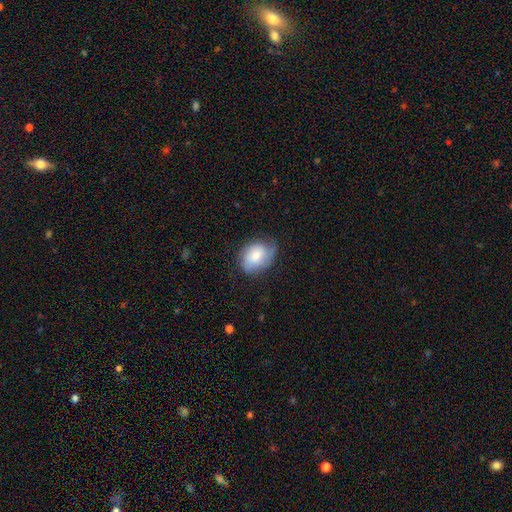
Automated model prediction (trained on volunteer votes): Smooth or featured? Predicted: smooth (p=0.63). How rounded? Predicted: in between (p=0.71). Merging? Predicted: none (p=0.60).